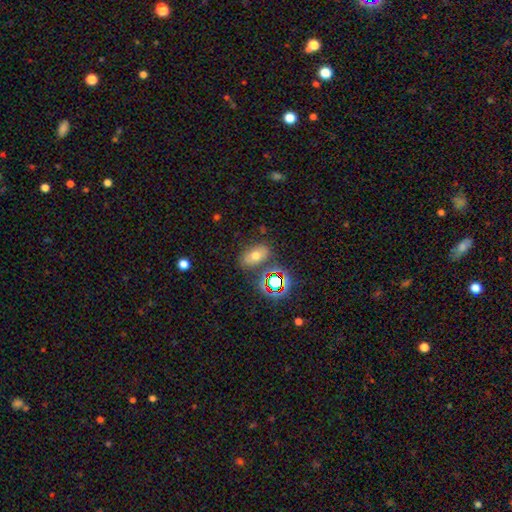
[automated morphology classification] The model was most divided on "smooth or featured": smooth: 57%, star or artifact: 25%, featured or disk: 18%. More confident: how rounded — in between (83%); merging — none (74%).